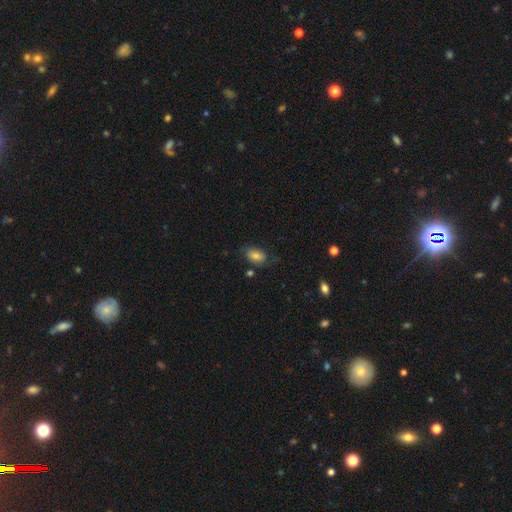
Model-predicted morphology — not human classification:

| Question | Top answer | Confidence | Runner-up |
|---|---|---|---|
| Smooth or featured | smooth | 74% | featured or disk (17%) |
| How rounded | in between | 87% | round (11%) |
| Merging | none | 60% | minor disturbance (25%) |